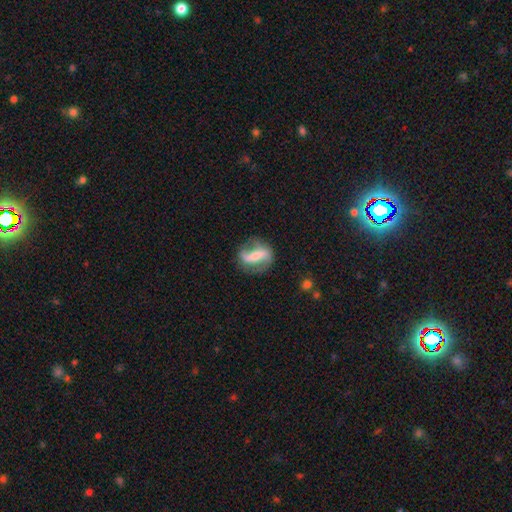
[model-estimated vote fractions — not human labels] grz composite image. It shows a featured or disk galaxy (69%) with a strong bar (68%), spiral arms (72%) and a small central bulge (46%). Merging: none (69%).